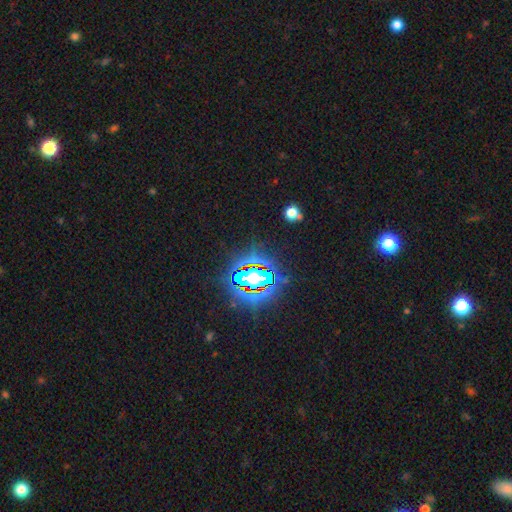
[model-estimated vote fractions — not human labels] smooth_or_featured: star or artifact (p=0.82) [alt: smooth p=0.10]